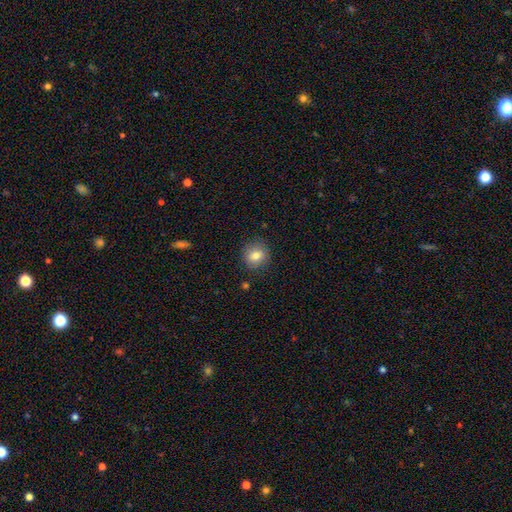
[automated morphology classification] Q: Smooth or featured?
A: smooth (79%); runner-up: featured or disk (12%)
Q: How rounded?
A: round (82%); runner-up: in between (17%)
Q: Merging?
A: none (85%); runner-up: minor disturbance (10%)